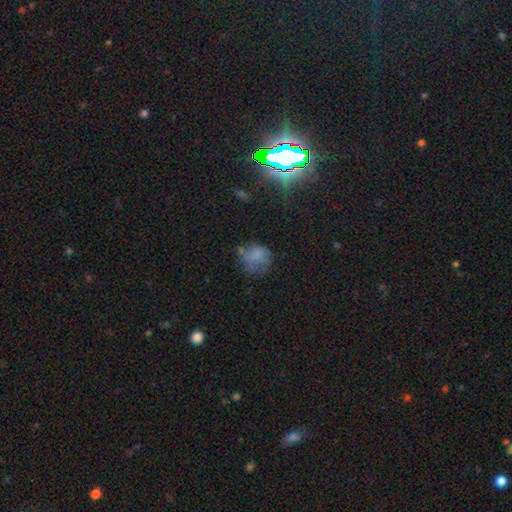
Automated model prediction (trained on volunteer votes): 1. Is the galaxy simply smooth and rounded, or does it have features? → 66% smooth, 19% featured or disk, 15% star or artifact.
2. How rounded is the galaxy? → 66% round, 33% in between, 1% cigar-shaped.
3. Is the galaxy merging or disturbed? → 43% none, 29% minor disturbance, 22% major disturbance, 6% merger.